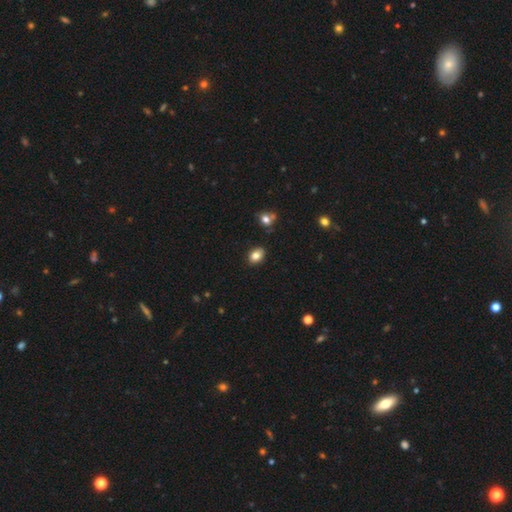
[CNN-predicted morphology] Q: Smooth or featured?
A: smooth (82%); runner-up: star or artifact (10%)
Q: How rounded?
A: in between (72%); runner-up: round (26%)
Q: Merging?
A: none (86%); runner-up: minor disturbance (11%)